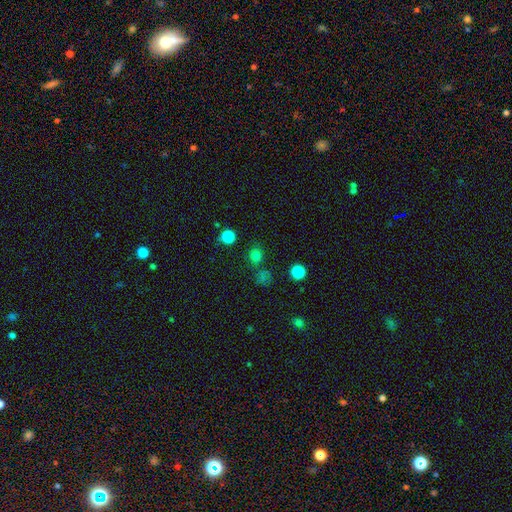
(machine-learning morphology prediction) smooth-or-featured: smooth: 74% | star or artifact: 21% | featured or disk: 5%
  how-rounded: round: 82% | in between: 17% | cigar-shaped: 1%
  merging: none: 79% | minor disturbance: 9% | merger: 7% | major disturbance: 4%